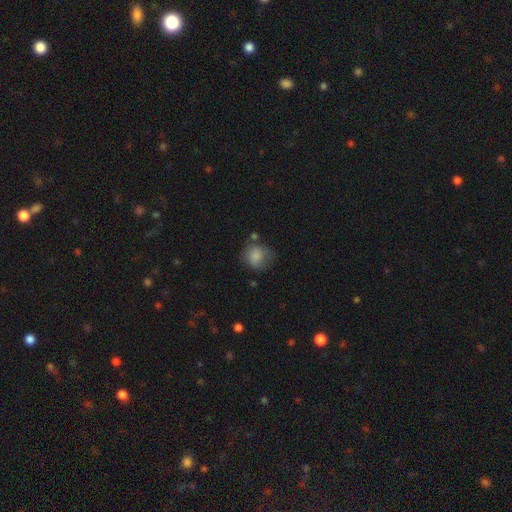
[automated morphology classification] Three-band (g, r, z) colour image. It shows a smooth galaxy with no disk features (81%) that is round (77%). Merging: none (55%).